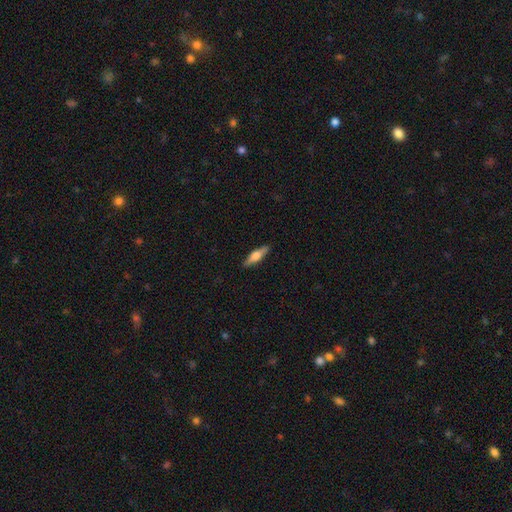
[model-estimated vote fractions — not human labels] This is possibly a smooth galaxy (52%). How rounded: likely cigar-shaped (65%). Merging: clearly none (90%).